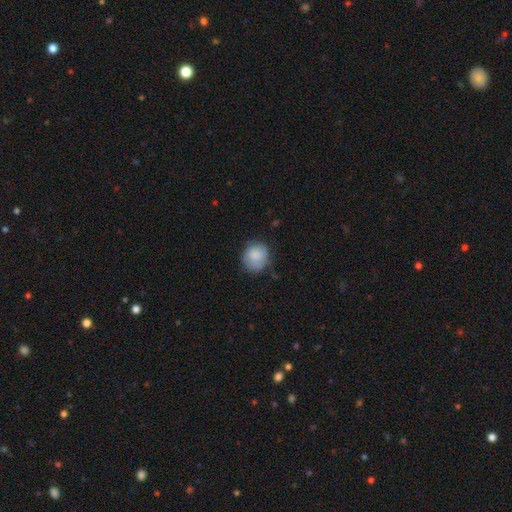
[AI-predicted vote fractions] Morphology: type=smooth (82%); roundness=round (75%); merging=none (65%).